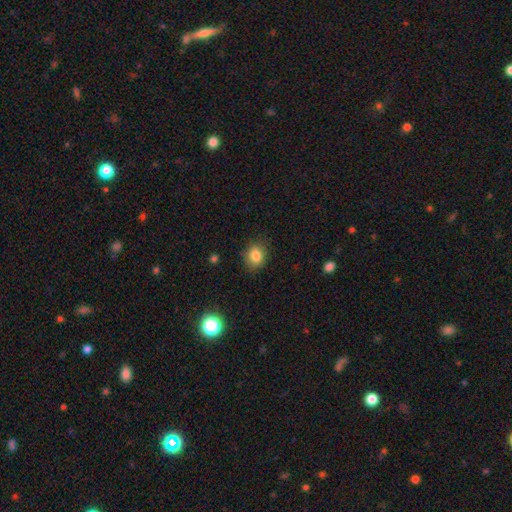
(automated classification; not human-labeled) smooth 83%, star or artifact 11%, featured or disk 6%. Down the decision tree: how rounded — round (54%); merging — none (83%).